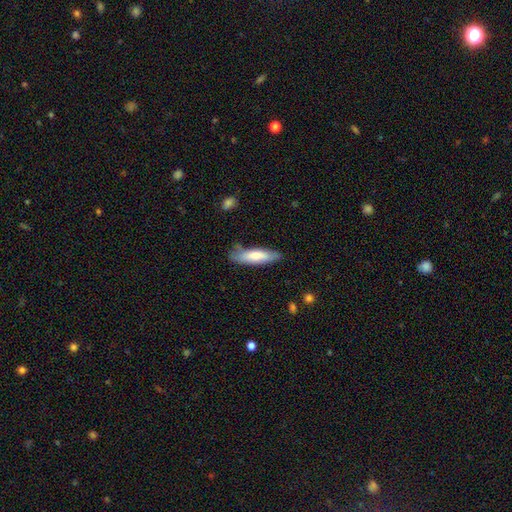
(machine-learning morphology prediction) smooth-or-featured: smooth: 74% | featured or disk: 20% | star or artifact: 5%
  how-rounded: cigar-shaped: 66% | in between: 33% | round: 1%
  merging: none: 75% | minor disturbance: 18% | major disturbance: 4% | merger: 3%